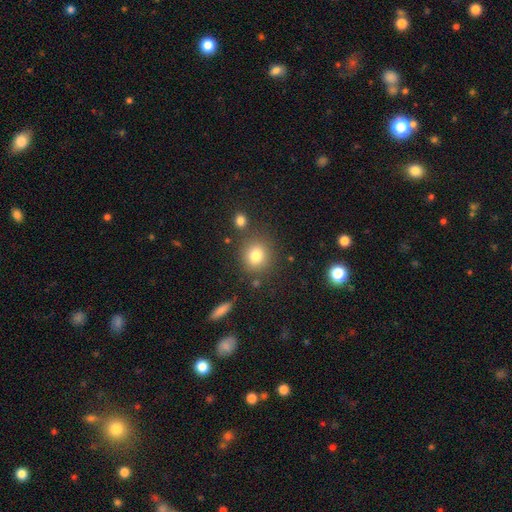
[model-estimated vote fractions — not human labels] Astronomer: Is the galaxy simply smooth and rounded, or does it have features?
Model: smooth — 80%.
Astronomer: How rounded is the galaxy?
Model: round — 82%.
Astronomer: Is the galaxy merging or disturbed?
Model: none — 80%.